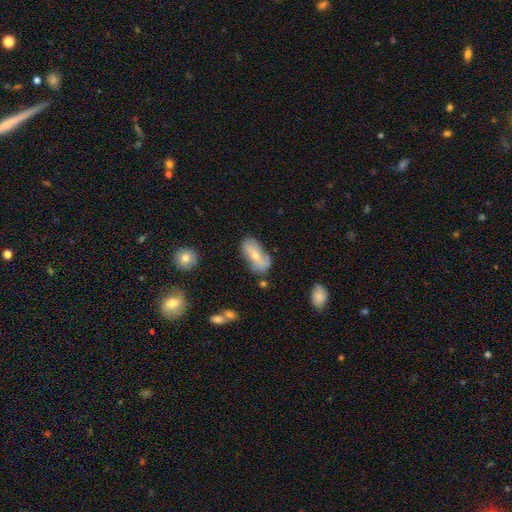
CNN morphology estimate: Smooth or featured? featured or disk (49%)
Merging? none (55%)